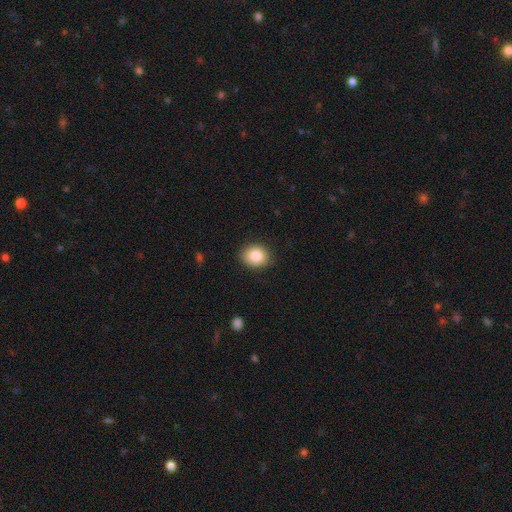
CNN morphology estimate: A smooth galaxy with no disk features (86%) that is round (53%).

Vote fractions:
- Smooth or featured? smooth: 86% / star or artifact: 8% / featured or disk: 6%
- How rounded? round: 53% / in between: 46% / cigar-shaped: 1%
- Merging? none: 87% / minor disturbance: 10% / major disturbance: 2% / merger: 1%